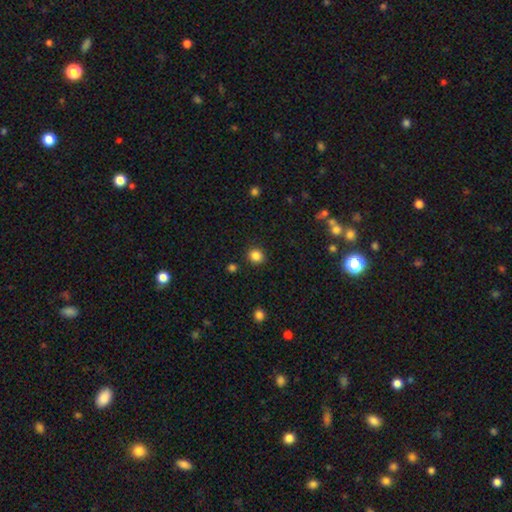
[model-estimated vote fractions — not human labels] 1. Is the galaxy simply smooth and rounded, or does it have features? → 85% smooth, 12% star or artifact, 4% featured or disk.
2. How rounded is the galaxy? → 83% round, 16% in between, 1% cigar-shaped.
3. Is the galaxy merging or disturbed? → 89% none, 7% minor disturbance, 2% major disturbance, 2% merger.